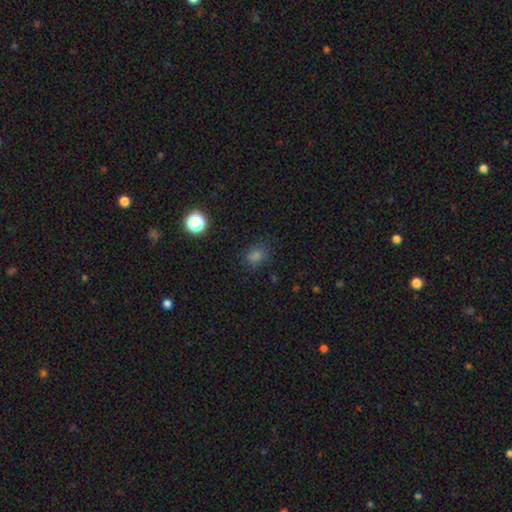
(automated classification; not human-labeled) A smooth galaxy with no disk features (73%) that is in between round and cigar-shaped (52%).

Vote fractions:
- Smooth or featured? smooth: 73% / star or artifact: 22% / featured or disk: 6%
- How rounded? in between: 52% / round: 47% / cigar-shaped: 1%
- Merging? none: 80% / minor disturbance: 14% / major disturbance: 4% / merger: 2%